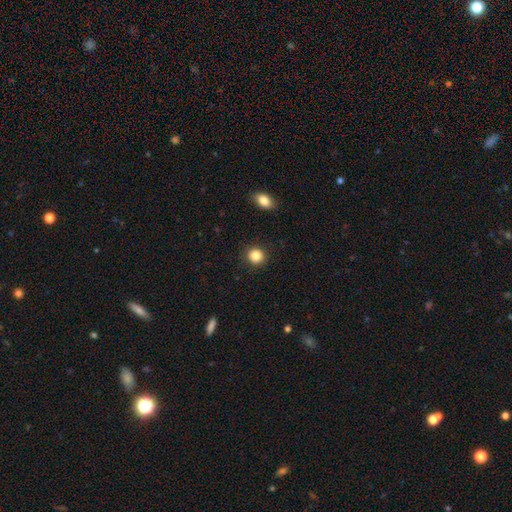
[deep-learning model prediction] Smooth or featured? smooth (85%)
How rounded? round (88%)
Merging? none (91%)